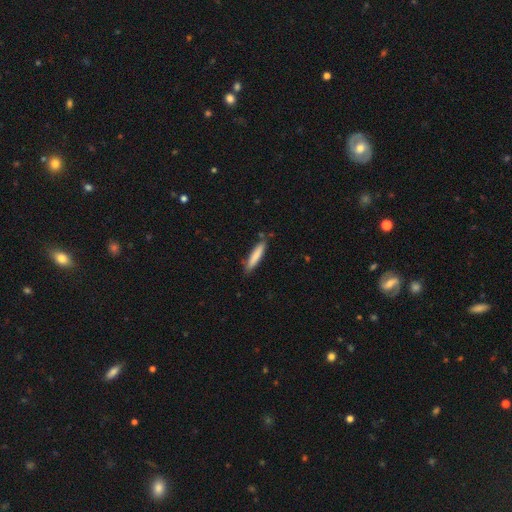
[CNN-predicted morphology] Smooth or featured? Predicted: smooth (p=0.81). How rounded? Predicted: cigar-shaped (p=0.87). Merging? Predicted: none (p=0.80).